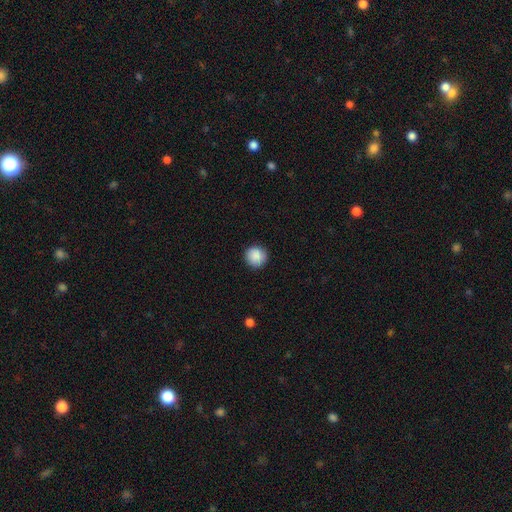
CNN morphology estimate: Overall: smooth (88%). How rounded: round (95%). Merging: none (91%).